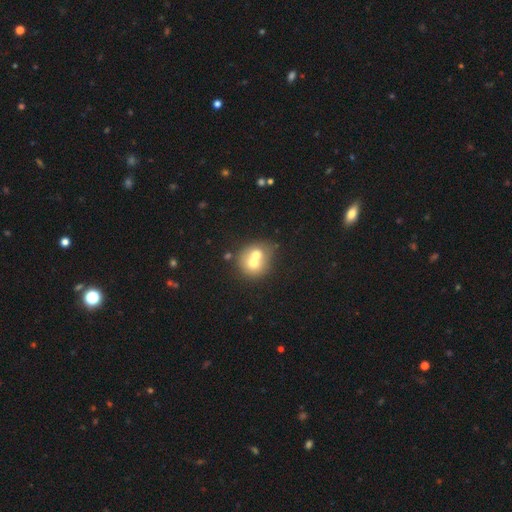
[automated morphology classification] smooth_or_featured: smooth (p=0.62) [alt: featured or disk p=0.28]
how_rounded: round (p=0.76) [alt: in between p=0.23]
merging: merger (p=0.66) [alt: none p=0.25]